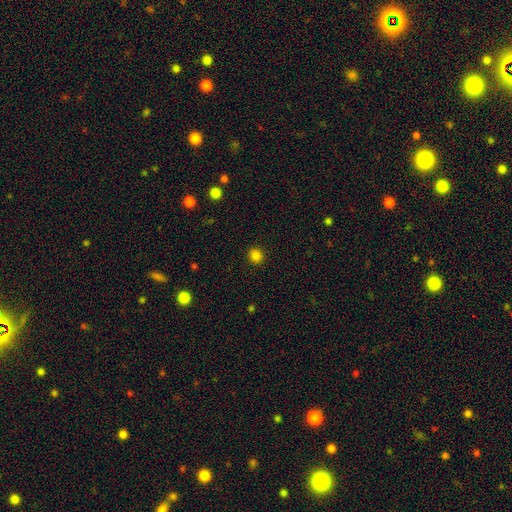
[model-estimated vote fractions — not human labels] smooth-or-featured: smooth: 83% | star or artifact: 14% | featured or disk: 3%
  how-rounded: round: 85% | in between: 14% | cigar-shaped: 1%
  merging: none: 91% | minor disturbance: 6% | major disturbance: 2% | merger: 1%